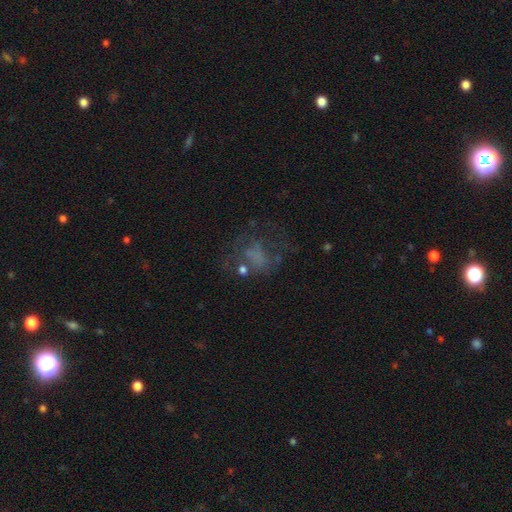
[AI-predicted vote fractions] This is marginally a featured or disk galaxy (42%). Merging: marginally none (41%).